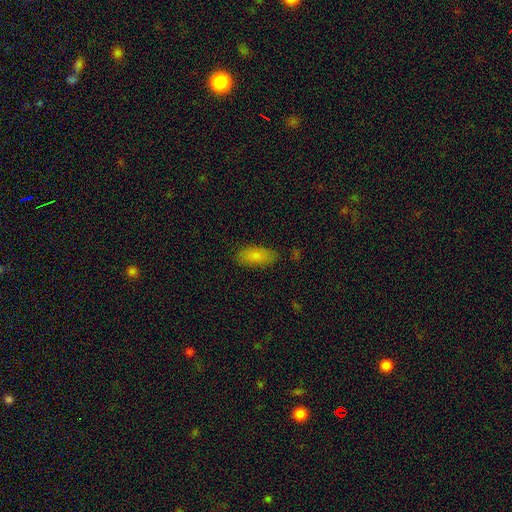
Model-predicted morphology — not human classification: smooth-or-featured: smooth: 83% | featured or disk: 9% | star or artifact: 8%
  how-rounded: in between: 88% | cigar-shaped: 10% | round: 3%
  merging: none: 83% | minor disturbance: 13% | major disturbance: 3% | merger: 2%